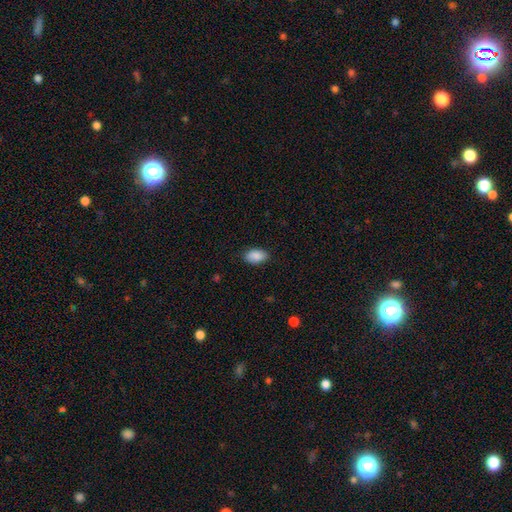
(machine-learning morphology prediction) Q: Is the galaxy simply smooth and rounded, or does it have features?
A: smooth — 88%.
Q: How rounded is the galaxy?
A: in between — 91%.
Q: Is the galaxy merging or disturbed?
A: none — 85%.